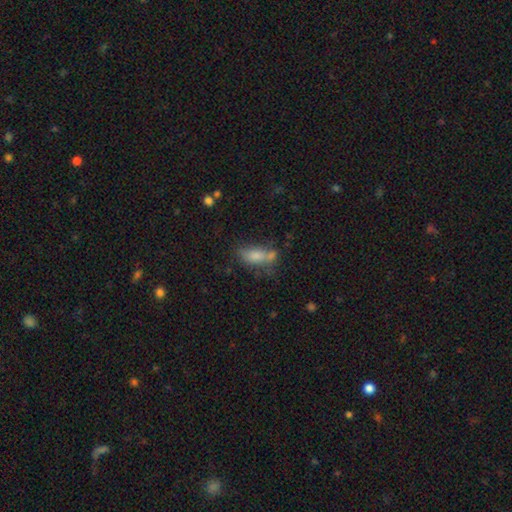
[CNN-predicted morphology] Q: Smooth or featured?
A: smooth (71%); runner-up: featured or disk (17%)
Q: How rounded?
A: in between (78%); runner-up: cigar-shaped (16%)
Q: Merging?
A: none (43%); runner-up: merger (25%)